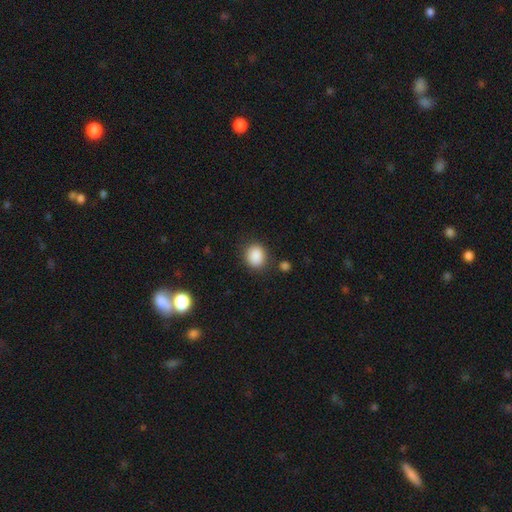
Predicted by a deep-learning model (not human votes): The model was most divided on "how rounded": round: 64%, in between: 35%, cigar-shaped: 1%. More confident: smooth or featured — smooth (88%); merging — none (82%).